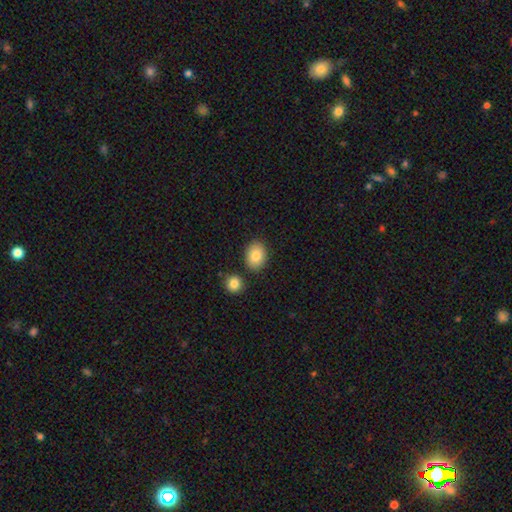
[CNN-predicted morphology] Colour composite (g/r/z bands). It shows a smooth galaxy with no disk features (85%) that is in between round and cigar-shaped (64%). Merging: none (81%).